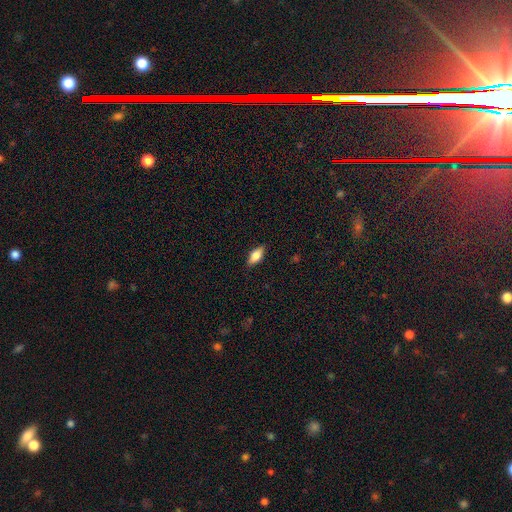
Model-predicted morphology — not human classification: Overall: smooth (73%). How rounded: in between (80%). Merging: none (87%).